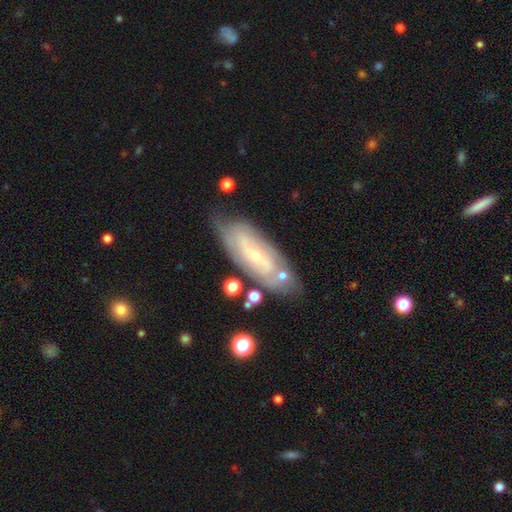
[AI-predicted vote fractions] smooth-or-featured: featured or disk: 70% | smooth: 23% | star or artifact: 7%
  disk-edge-on: no: 86% | yes: 14%
    bar: no: 51% | weak: 36% | strong: 13%
    has-spiral-arms: yes: 83% | no: 17%
    bulge-size: small: 76% | moderate: 19% | none: 3% | large: 1% | dominant: 1%
  merging: none: 69% | minor disturbance: 20% | merger: 6% | major disturbance: 6%